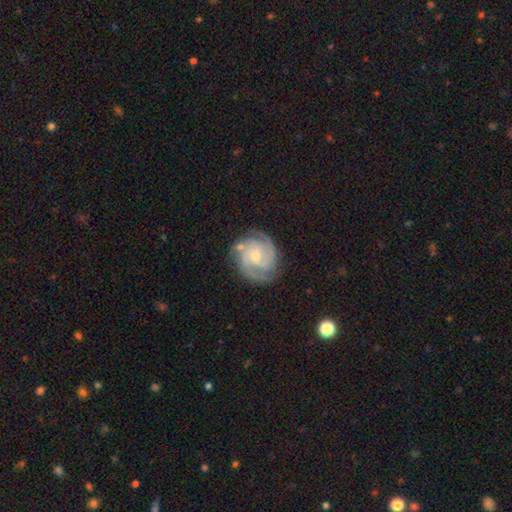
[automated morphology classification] smooth_or_featured: featured or disk (p=0.88) [alt: smooth p=0.07]
disk_edge_on: no (p=0.98) [alt: yes p=0.02]
bar: no (p=0.51) [alt: weak p=0.41]
has_spiral_arms: yes (p=0.98) [alt: no p=0.02]
spiral_winding: tight (p=0.59) [alt: medium p=0.35]
spiral_arm_count: 3 (p=0.41) [alt: 2 p=0.32]
bulge_size: small (p=0.53) [alt: moderate p=0.42]
merging: none (p=0.75) [alt: minor disturbance p=0.16]